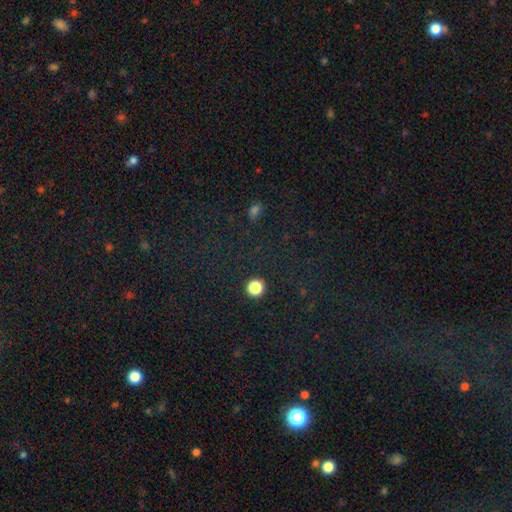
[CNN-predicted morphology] Smooth or featured?
  - star or artifact: 68% *
  - smooth: 22%
  - featured or disk: 10%